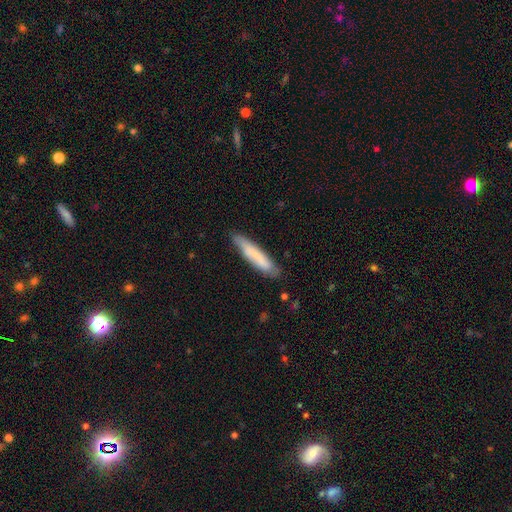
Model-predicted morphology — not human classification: This is likely a smooth galaxy (71%). How rounded: clearly cigar-shaped (87%). Merging: likely none (79%).